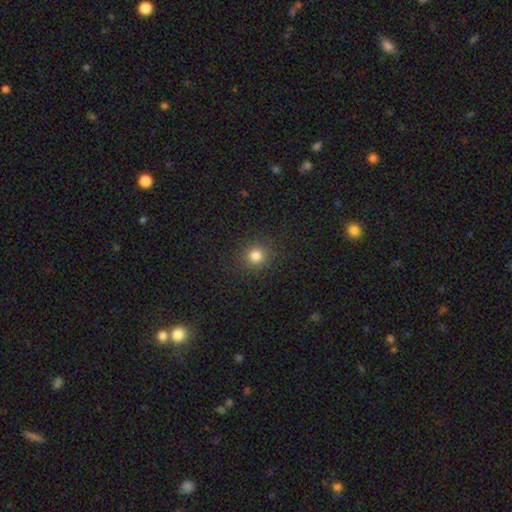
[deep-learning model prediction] smooth-or-featured: smooth: 81% | star or artifact: 14% | featured or disk: 5%
  how-rounded: round: 92% | in between: 7% | cigar-shaped: 1%
  merging: none: 90% | minor disturbance: 6% | major disturbance: 3% | merger: 1%